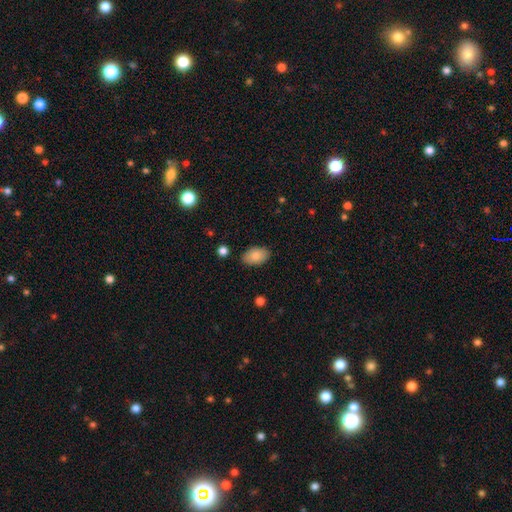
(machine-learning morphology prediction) Smooth or featured? smooth (83%)
How rounded? in between (91%)
Merging? none (86%)